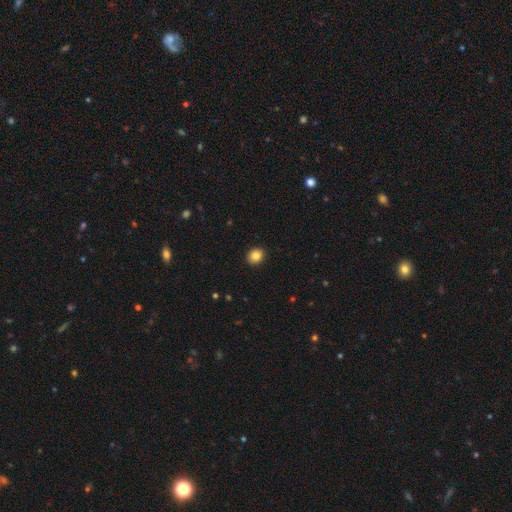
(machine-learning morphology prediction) The model was most divided on "how rounded": round: 69%, in between: 30%, cigar-shaped: 1%. More confident: merging — none (92%); smooth or featured — smooth (85%).